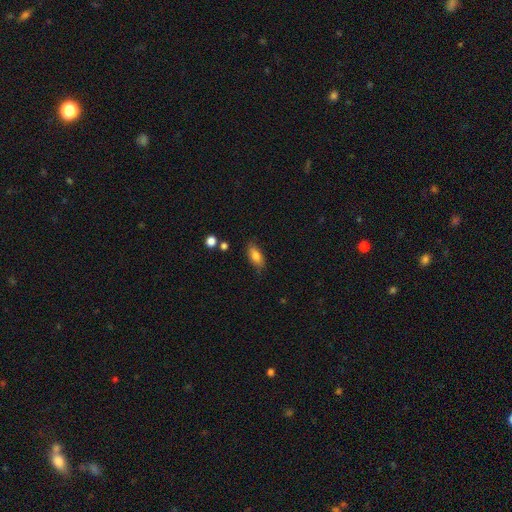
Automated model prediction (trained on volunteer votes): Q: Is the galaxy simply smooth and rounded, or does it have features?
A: smooth — 77%.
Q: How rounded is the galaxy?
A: in between — 81%.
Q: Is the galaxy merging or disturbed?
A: none — 78%.